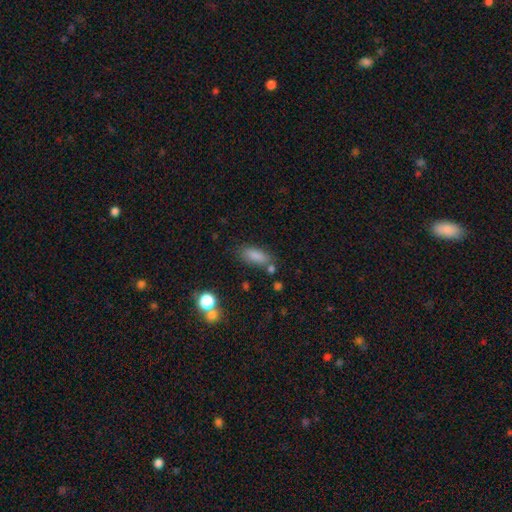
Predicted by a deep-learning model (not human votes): Smooth or featured?
  - smooth: 84% *
  - star or artifact: 9%
  - featured or disk: 7%
How rounded?
  - in between: 76% *
  - cigar-shaped: 21%
  - round: 3%
Merging?
  - none: 72% *
  - minor disturbance: 15%
  - merger: 8%
  - major disturbance: 5%